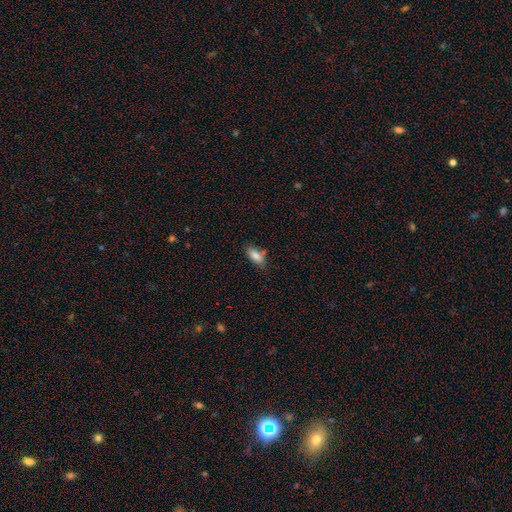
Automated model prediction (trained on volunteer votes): smooth_or_featured: smooth (p=0.81) [alt: featured or disk p=0.10]
how_rounded: in between (p=0.84) [alt: cigar-shaped p=0.13]
merging: none (p=0.70) [alt: minor disturbance p=0.19]